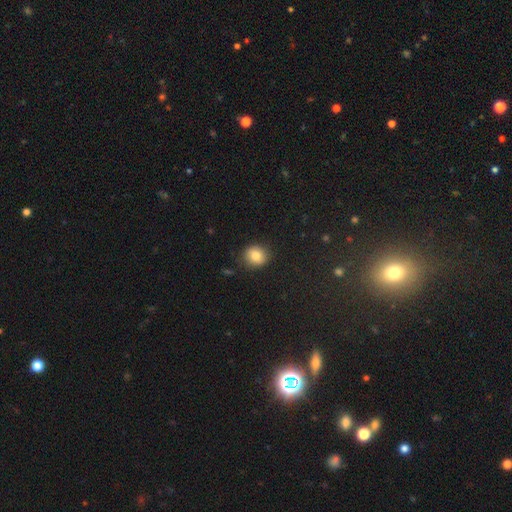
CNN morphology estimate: smooth 81%, star or artifact 10%, featured or disk 9%. Down the decision tree: how rounded — round (81%); merging — none (86%).